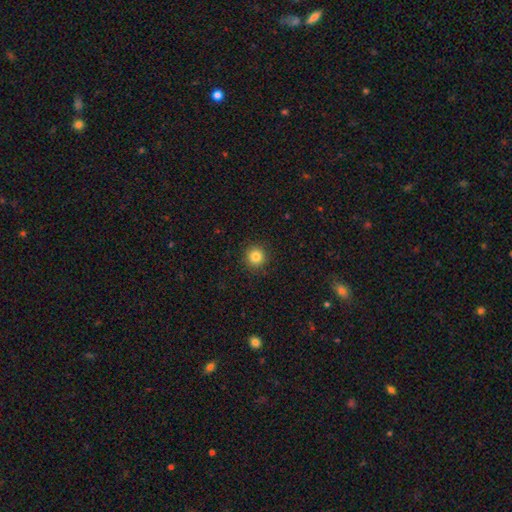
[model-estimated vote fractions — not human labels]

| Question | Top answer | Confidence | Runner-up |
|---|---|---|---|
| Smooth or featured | smooth | 84% | star or artifact (11%) |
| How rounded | round | 95% | in between (4%) |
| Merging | none | 92% | minor disturbance (5%) |